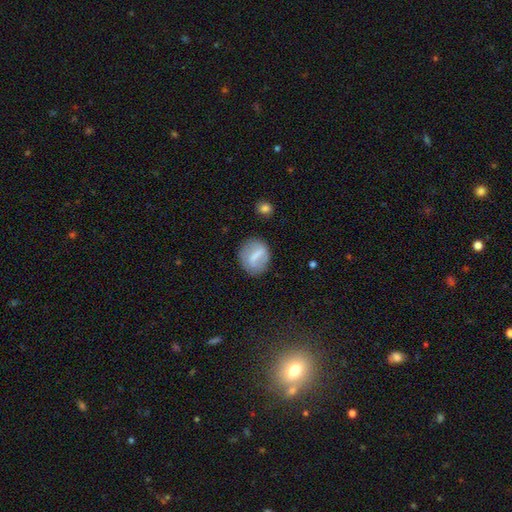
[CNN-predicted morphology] Smooth or featured: smooth — 52% (featured or disk — 40%)
How rounded: round — 58% (in between — 38%)
Merging: none — 75% (minor disturbance — 16%)